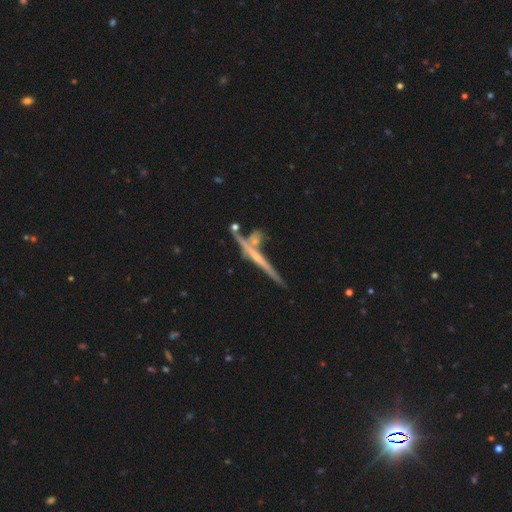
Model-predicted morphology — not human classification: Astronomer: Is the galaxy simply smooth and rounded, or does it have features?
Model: featured or disk — 69%.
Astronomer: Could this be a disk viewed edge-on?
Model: yes — 95%.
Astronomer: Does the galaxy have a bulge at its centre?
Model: none — 65%.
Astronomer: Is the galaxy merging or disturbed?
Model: none — 61%.